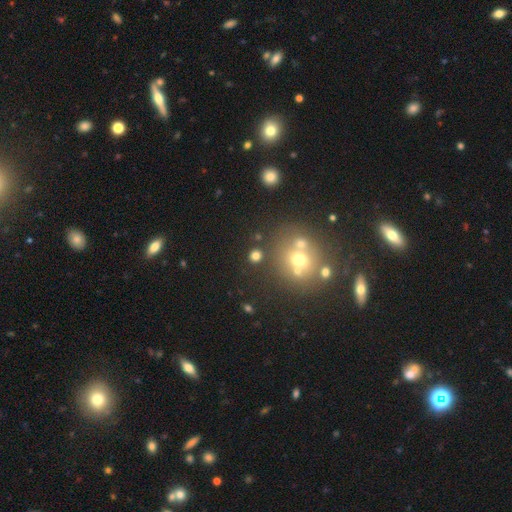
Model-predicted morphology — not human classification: Q: Smooth or featured?
A: smooth (71%); runner-up: star or artifact (19%)
Q: How rounded?
A: round (84%); runner-up: in between (15%)
Q: Merging?
A: none (77%); runner-up: merger (12%)